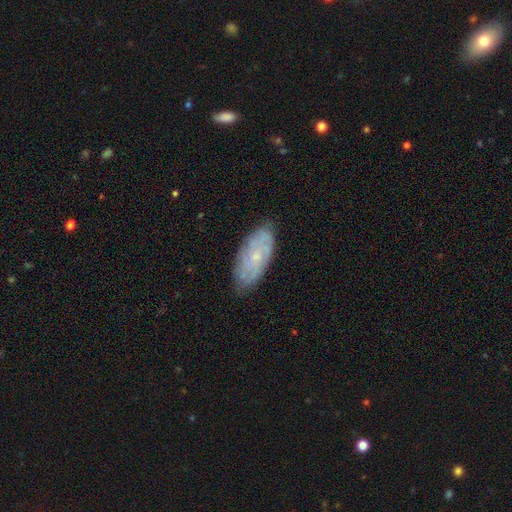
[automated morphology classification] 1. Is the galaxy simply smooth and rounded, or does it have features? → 57% featured or disk, 35% smooth, 7% star or artifact.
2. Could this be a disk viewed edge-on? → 89% no, 11% yes.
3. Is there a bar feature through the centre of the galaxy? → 82% no, 15% weak, 3% strong.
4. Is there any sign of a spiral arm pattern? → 69% yes, 31% no.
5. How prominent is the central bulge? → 77% small, 18% moderate, 4% none, 1% large, 1% dominant.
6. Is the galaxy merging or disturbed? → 79% none, 16% minor disturbance, 3% major disturbance, 1% merger.